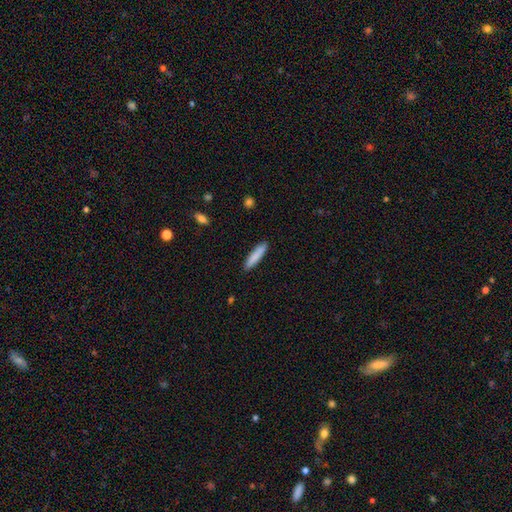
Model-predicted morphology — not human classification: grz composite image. It shows a smooth galaxy with no disk features (85%) that is cigar-shaped (86%). Merging: none (90%).